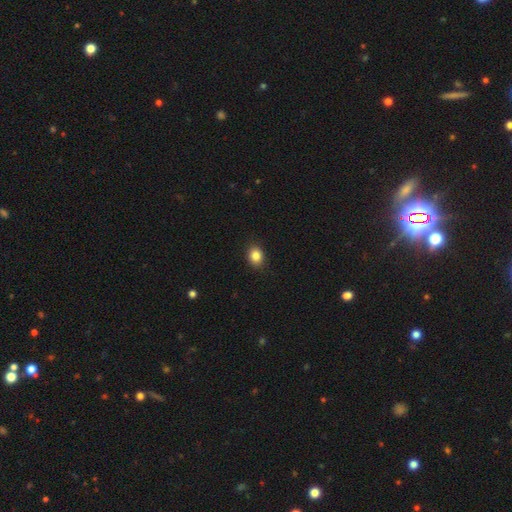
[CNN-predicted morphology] type=smooth (86%); roundness=in between (51%); merging=none (89%).